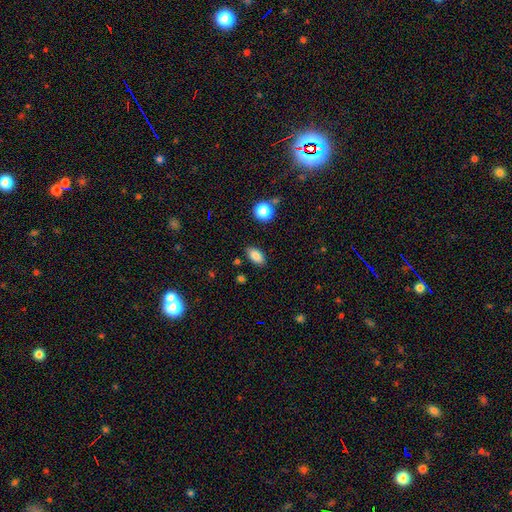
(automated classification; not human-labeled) Smooth or featured?
  - smooth: 84% *
  - star or artifact: 9%
  - featured or disk: 7%
How rounded?
  - in between: 90% *
  - round: 6%
  - cigar-shaped: 4%
Merging?
  - none: 86% *
  - minor disturbance: 10%
  - major disturbance: 2%
  - merger: 2%